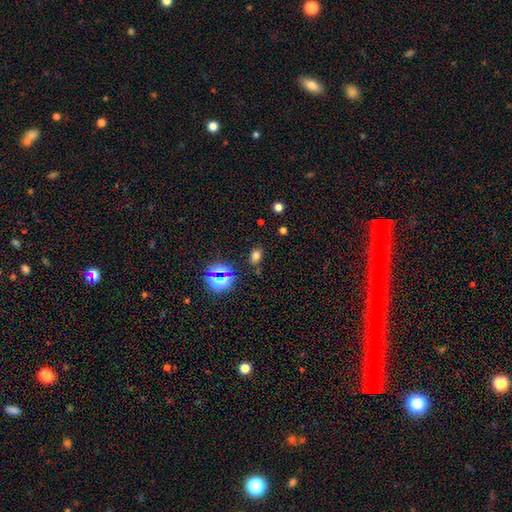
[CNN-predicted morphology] Smooth or featured: smooth — 67% (star or artifact — 26%)
How rounded: in between — 74% (round — 25%)
Merging: none — 80% (minor disturbance — 12%)